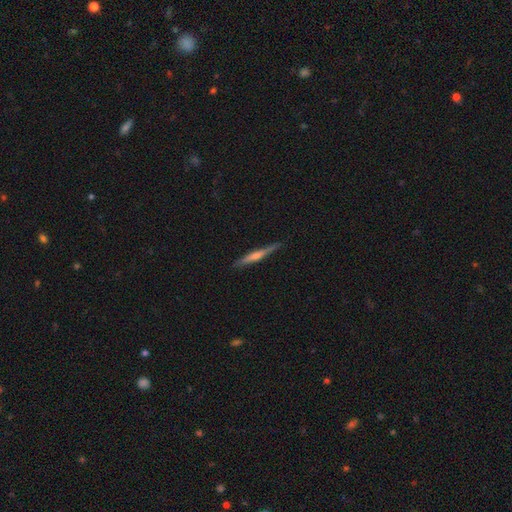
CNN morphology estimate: type=featured or disk (68%); edge-on=yes (98%); edge-on bulge=rounded (67%); merging=none (88%).